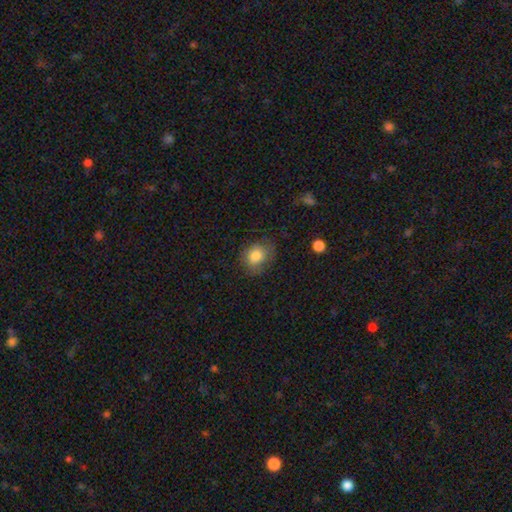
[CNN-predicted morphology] Q: Smooth or featured?
A: smooth (80%); runner-up: featured or disk (12%)
Q: How rounded?
A: round (54%); runner-up: in between (45%)
Q: Merging?
A: none (65%); runner-up: minor disturbance (24%)